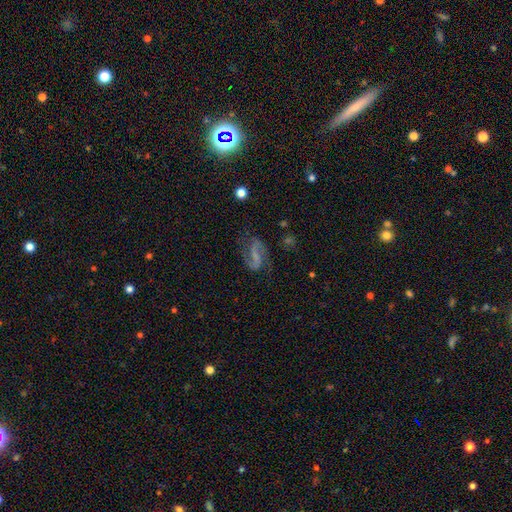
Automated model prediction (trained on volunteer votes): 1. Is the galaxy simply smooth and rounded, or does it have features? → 79% featured or disk, 12% smooth, 9% star or artifact.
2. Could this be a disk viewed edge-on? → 97% no, 3% yes.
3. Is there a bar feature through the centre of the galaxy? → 40% weak, 39% strong, 22% no.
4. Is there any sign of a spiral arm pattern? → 94% yes, 6% no.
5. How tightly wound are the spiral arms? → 52% loose, 38% medium, 10% tight.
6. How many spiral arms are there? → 91% 2, 3% 1, 3% can't tell, 1% 3, 1% 4, 1% more than 4.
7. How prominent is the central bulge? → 53% none, 33% small, 11% moderate, 2% large, 1% dominant.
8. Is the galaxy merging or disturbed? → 71% none, 16% minor disturbance, 11% major disturbance, 2% merger.